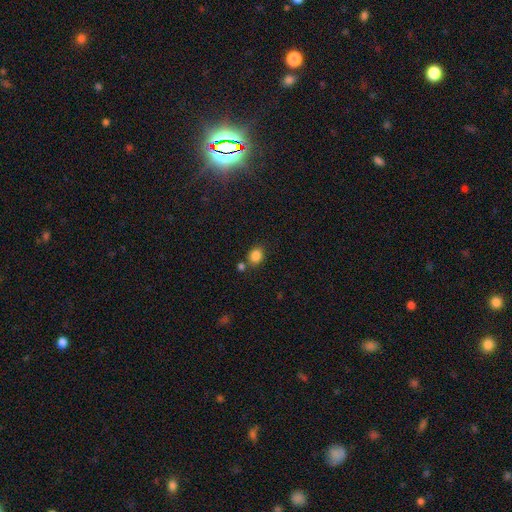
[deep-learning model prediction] Q: Smooth or featured?
A: smooth (85%); runner-up: star or artifact (11%)
Q: How rounded?
A: round (55%); runner-up: in between (44%)
Q: Merging?
A: none (69%); runner-up: merger (16%)